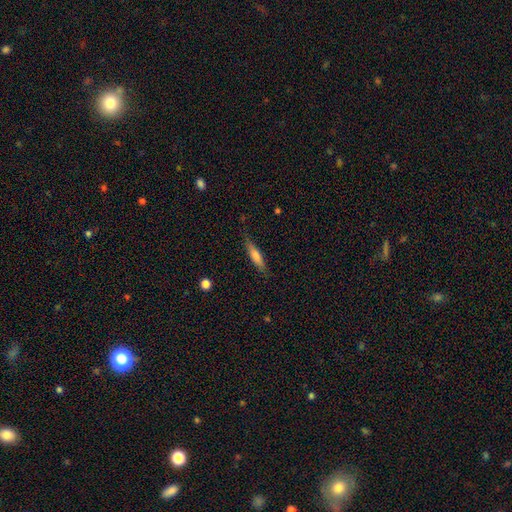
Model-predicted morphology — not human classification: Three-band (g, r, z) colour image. It shows a smooth galaxy with no disk features (60%) that is cigar-shaped (82%). Merging: none (81%).